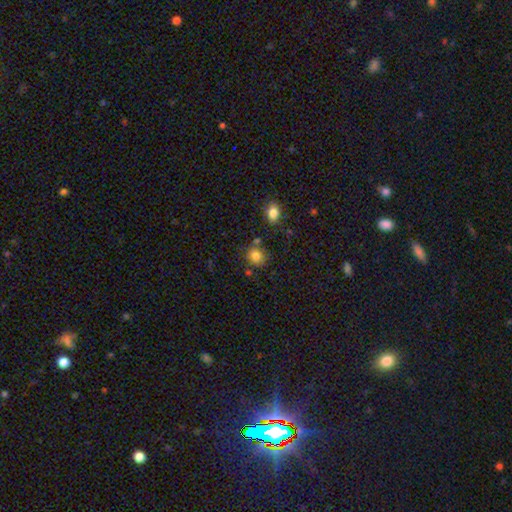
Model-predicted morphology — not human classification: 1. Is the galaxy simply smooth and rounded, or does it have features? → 82% smooth, 11% star or artifact, 7% featured or disk.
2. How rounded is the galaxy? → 77% round, 22% in between, 1% cigar-shaped.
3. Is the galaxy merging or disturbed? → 73% none, 14% minor disturbance, 9% merger, 4% major disturbance.